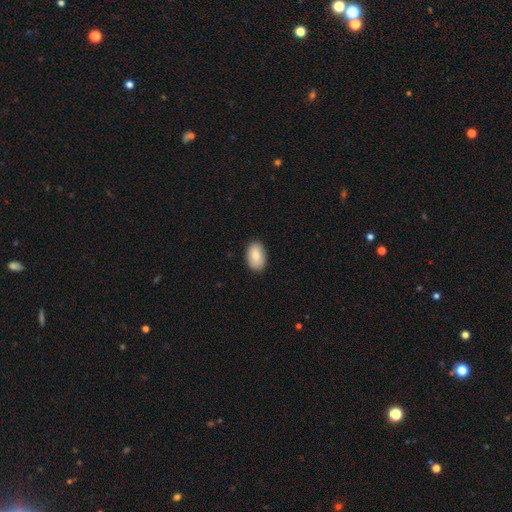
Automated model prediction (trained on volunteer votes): This is clearly a smooth galaxy (82%). How rounded: clearly in between (89%). Merging: clearly none (88%).